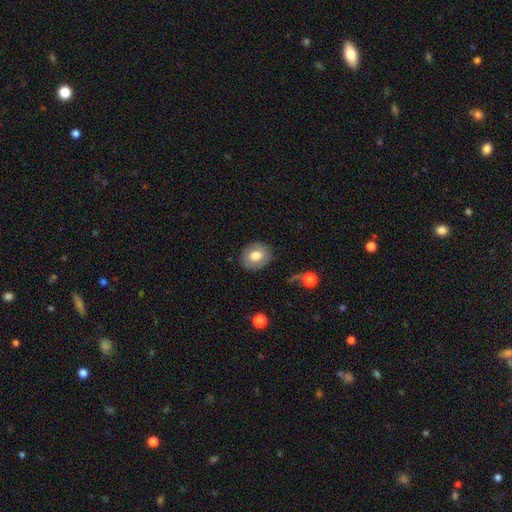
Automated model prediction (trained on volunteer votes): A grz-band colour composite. It shows a smooth galaxy with no disk features (71%) that is round (54%). Merging: none (84%).